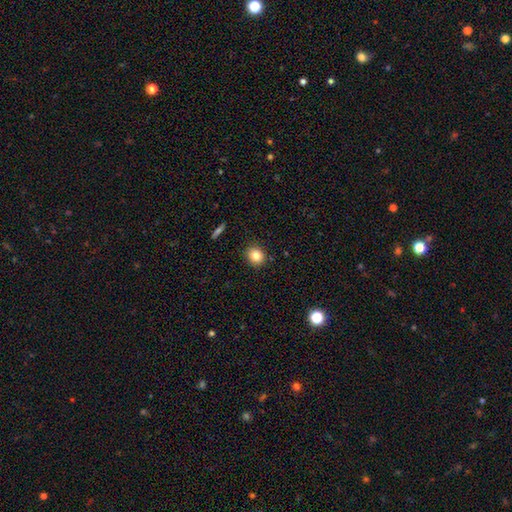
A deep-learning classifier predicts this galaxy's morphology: The model was most divided on "how rounded": round: 79%, in between: 20%, cigar-shaped: 1%. More confident: merging — none (90%); smooth or featured — smooth (82%).